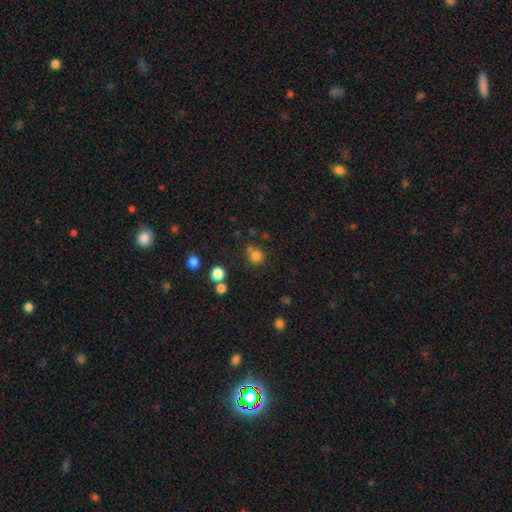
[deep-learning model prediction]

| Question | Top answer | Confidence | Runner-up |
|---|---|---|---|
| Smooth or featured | smooth | 78% | star or artifact (15%) |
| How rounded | round | 89% | in between (10%) |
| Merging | none | 67% | merger (16%) |